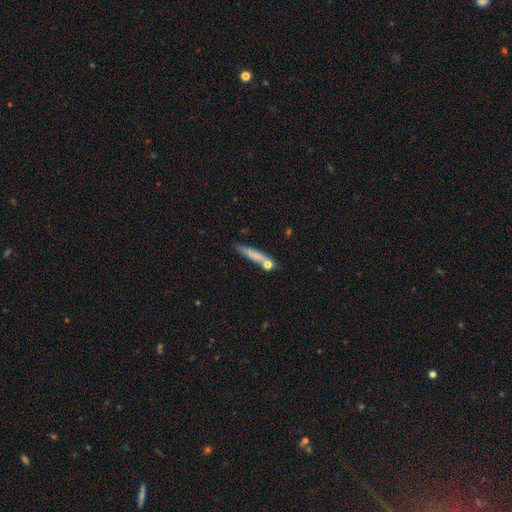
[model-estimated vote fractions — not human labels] This appears to be a smooth galaxy with no disk features (68%) that is cigar-shaped (90%). Merging: none (66%).